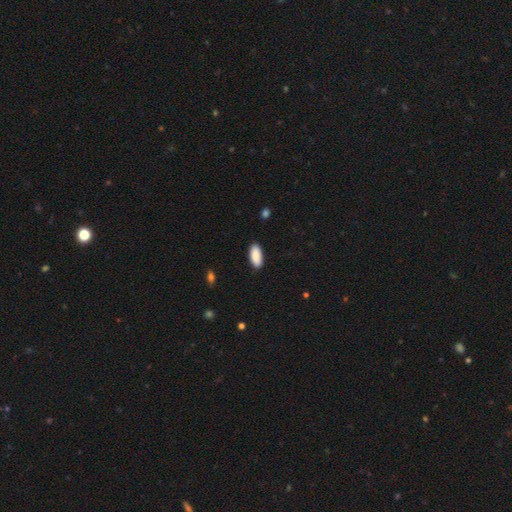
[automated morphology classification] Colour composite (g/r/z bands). It shows a smooth galaxy with no disk features (90%) that is in between round and cigar-shaped (87%). Merging: none (88%).